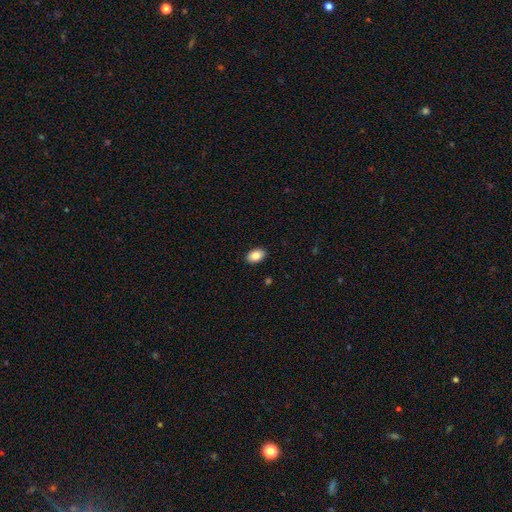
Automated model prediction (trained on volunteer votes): Smooth or featured? smooth (85%)
How rounded? in between (89%)
Merging? none (90%)